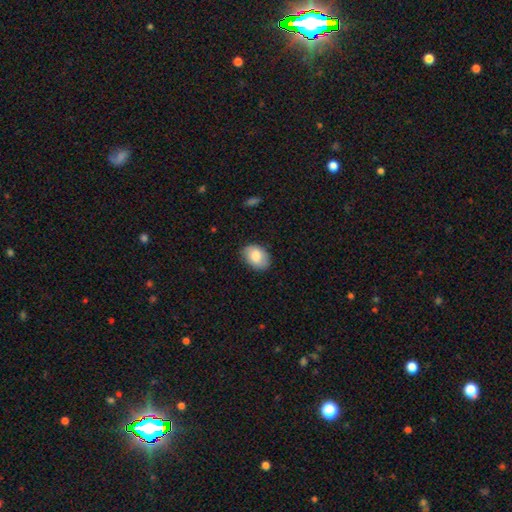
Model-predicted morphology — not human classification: This appears to be a smooth galaxy with no disk features (84%) that is in between round and cigar-shaped (81%). Merging: none (82%).